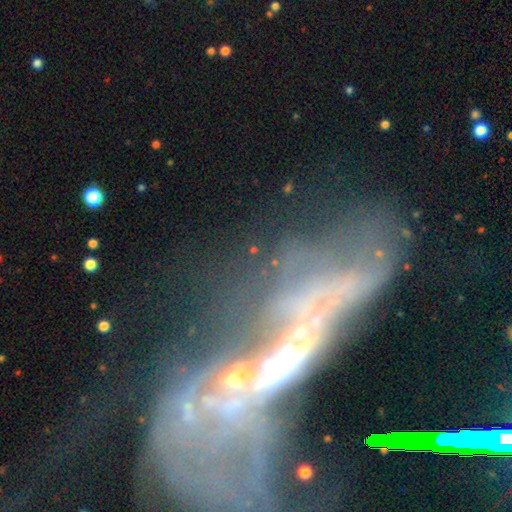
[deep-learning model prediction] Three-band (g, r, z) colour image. It shows a featured or disk galaxy (62%). Merging: merger (42%).